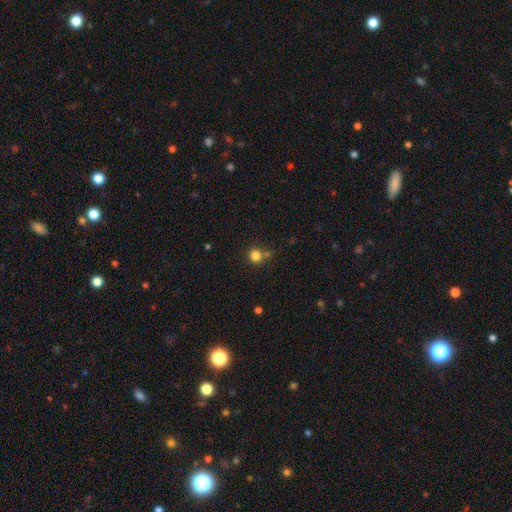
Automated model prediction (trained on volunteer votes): smooth 82%, star or artifact 13%, featured or disk 5%. Down the decision tree: how rounded — round (92%); merging — none (73%).